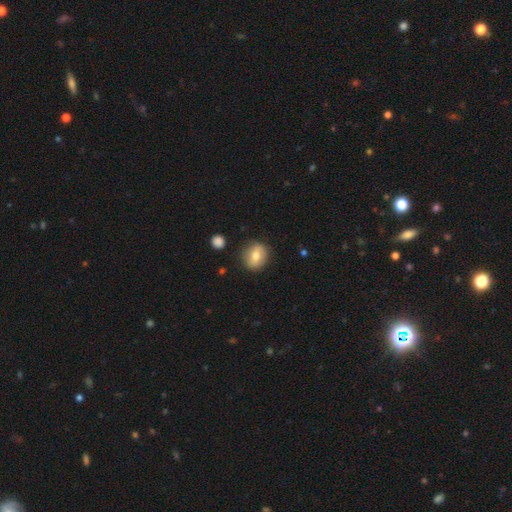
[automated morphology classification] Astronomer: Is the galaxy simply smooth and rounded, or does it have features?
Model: smooth — 71%.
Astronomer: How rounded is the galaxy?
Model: round — 68%.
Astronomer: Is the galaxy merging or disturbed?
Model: none — 84%.